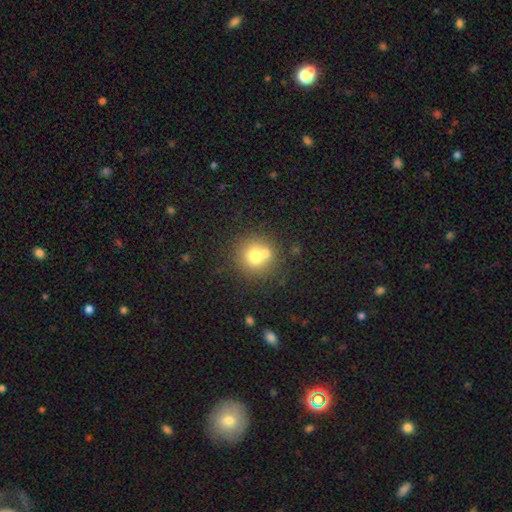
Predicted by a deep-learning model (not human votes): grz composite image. It shows a smooth galaxy with no disk features (70%) that is round (91%). Merging: none (56%).